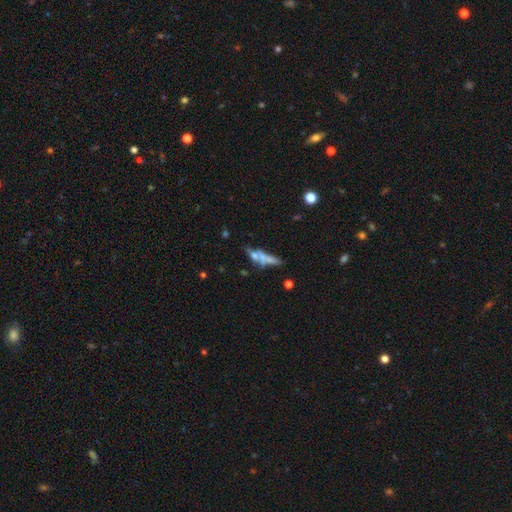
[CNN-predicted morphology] The model was most divided on "smooth or featured": featured or disk: 43%, smooth: 42%, star or artifact: 15%. Remaining: merging — none (43%).